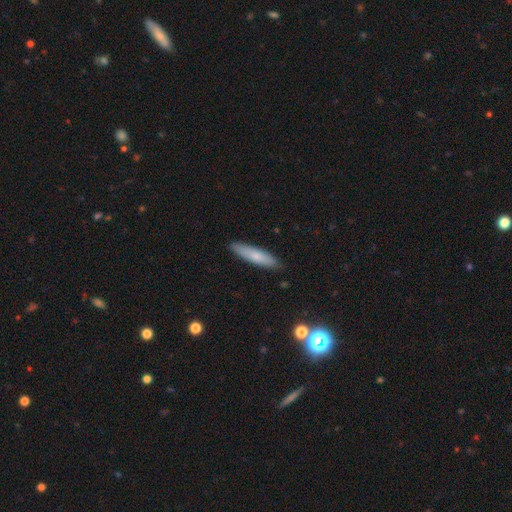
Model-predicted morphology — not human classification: Smooth or featured?
  - smooth: 71% *
  - featured or disk: 23%
  - star or artifact: 7%
How rounded?
  - cigar-shaped: 82% *
  - in between: 16%
  - round: 1%
Merging?
  - none: 88% *
  - minor disturbance: 9%
  - major disturbance: 2%
  - merger: 1%